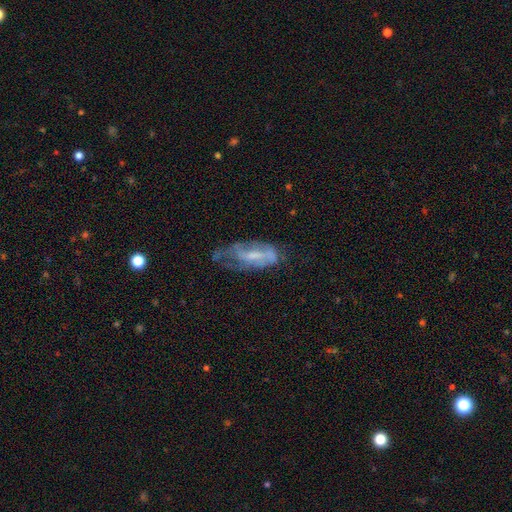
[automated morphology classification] Smooth or featured? Predicted: featured or disk (p=0.61). Edge-on disk? Predicted: no (p=0.88). Bar? Predicted: weak (p=0.41). Spiral arms? Predicted: yes (p=0.60). Bulge size? Predicted: small (p=0.40). Merging? Predicted: none (p=0.39).